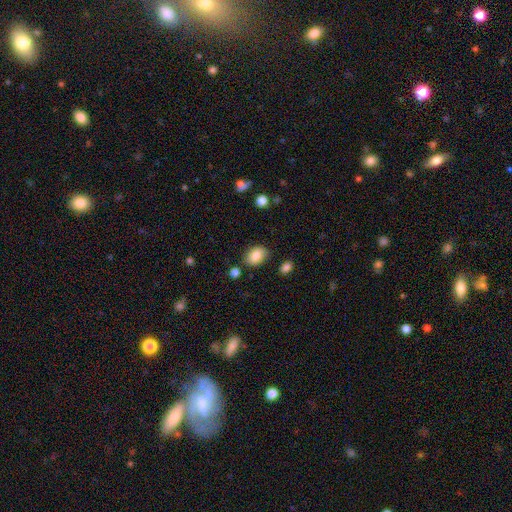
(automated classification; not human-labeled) Smooth or featured?
  - smooth: 84% *
  - star or artifact: 8%
  - featured or disk: 8%
How rounded?
  - in between: 76% *
  - round: 23%
  - cigar-shaped: 1%
Merging?
  - none: 83% *
  - minor disturbance: 12%
  - merger: 3%
  - major disturbance: 3%